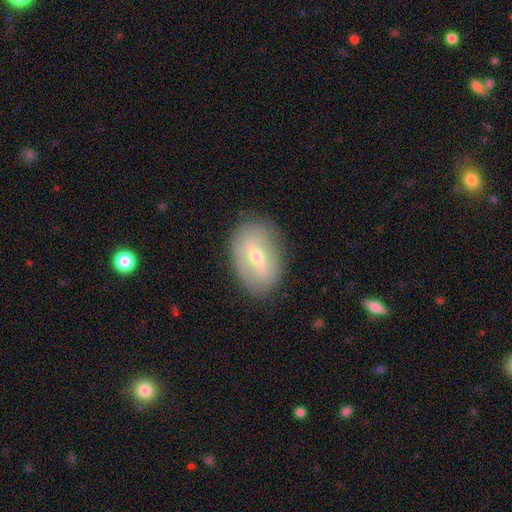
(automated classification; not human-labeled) Smooth or featured?
  - featured or disk: 51% *
  - smooth: 41%
  - star or artifact: 8%
Edge-on disk?
  - no: 89% *
  - yes: 11%
Merging?
  - none: 81% *
  - minor disturbance: 14%
  - major disturbance: 5%
  - merger: 1%